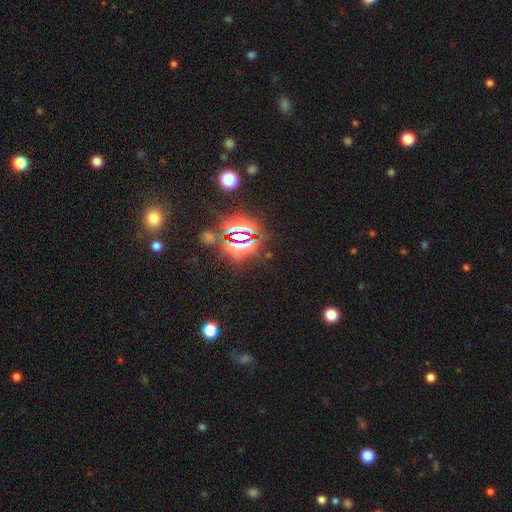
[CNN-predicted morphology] Smooth or featured?
  - star or artifact: 81% *
  - smooth: 11%
  - featured or disk: 7%